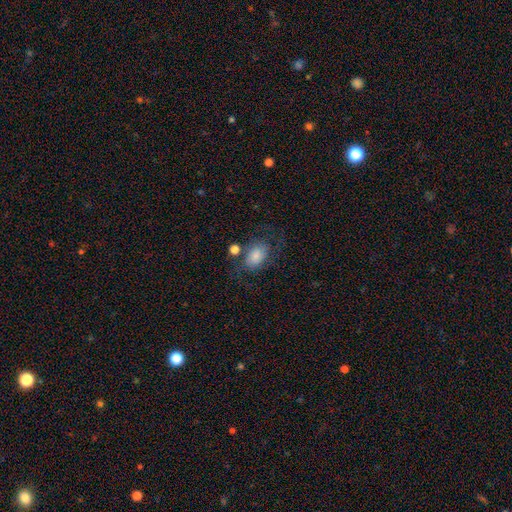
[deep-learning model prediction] Q: Smooth or featured?
A: smooth (59%); runner-up: featured or disk (29%)
Q: How rounded?
A: in between (76%); runner-up: round (22%)
Q: Merging?
A: none (58%); runner-up: minor disturbance (20%)